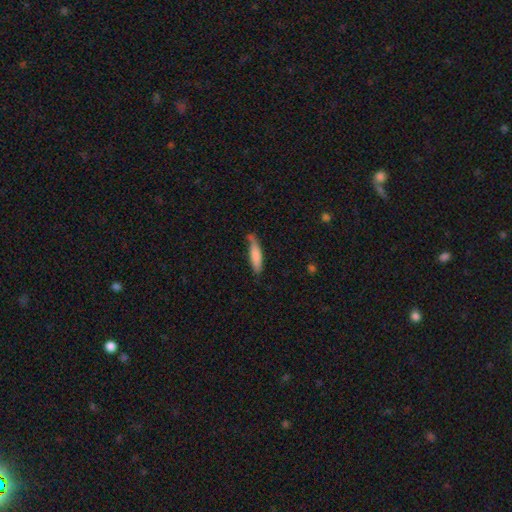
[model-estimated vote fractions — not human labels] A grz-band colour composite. It shows a smooth galaxy with no disk features (79%) that is cigar-shaped (75%). Merging: none (61%).